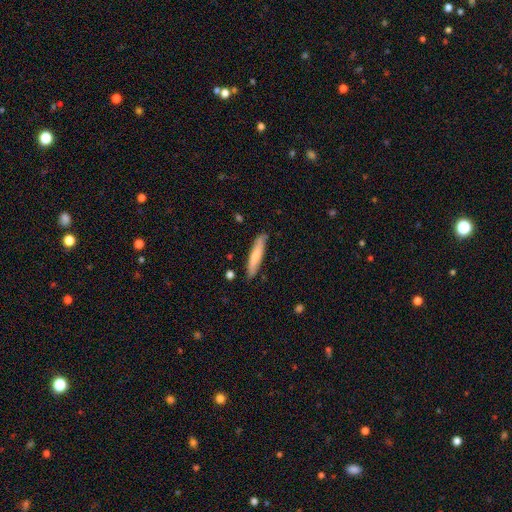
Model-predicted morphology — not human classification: Smooth or featured? smooth (74%)
How rounded? cigar-shaped (87%)
Merging? none (85%)